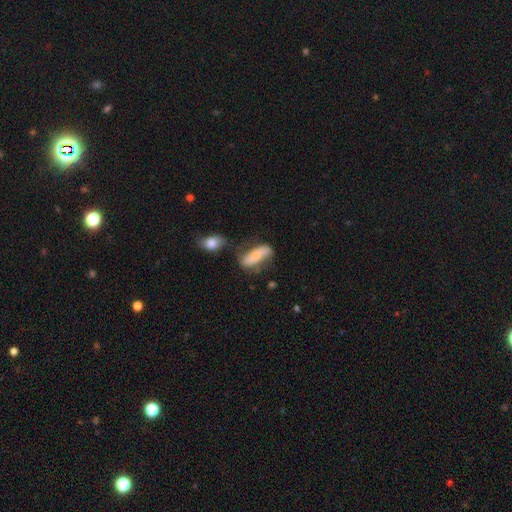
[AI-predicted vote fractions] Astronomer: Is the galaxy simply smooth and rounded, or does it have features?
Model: smooth — 57% (runner-up: featured or disk, 36%).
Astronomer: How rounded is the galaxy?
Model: in between — 66%.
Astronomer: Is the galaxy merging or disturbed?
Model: none — 50%.